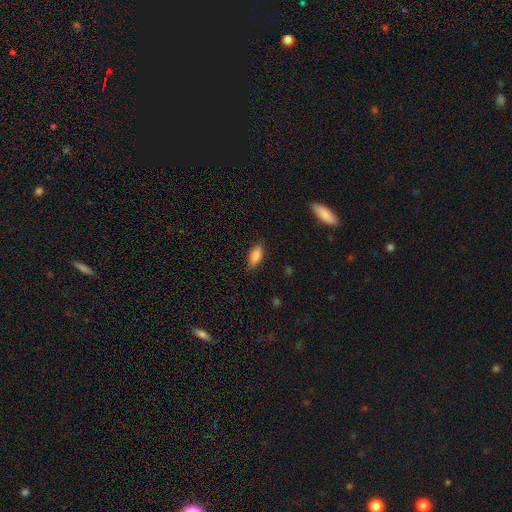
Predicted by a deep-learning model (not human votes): Morphology: type=smooth (85%); roundness=in between (82%); merging=none (82%).